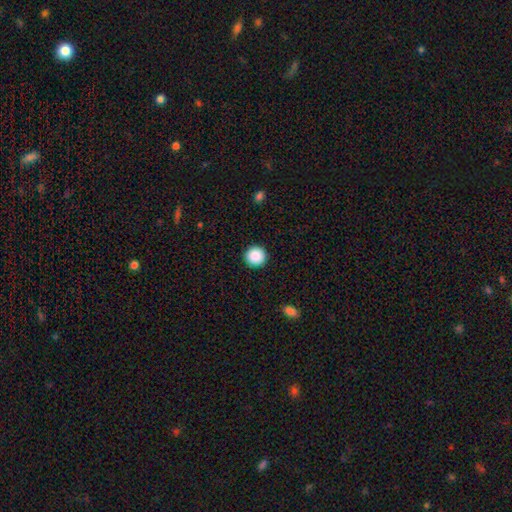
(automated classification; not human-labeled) The model was most divided on "smooth or featured": smooth: 88%, star or artifact: 8%, featured or disk: 3%. More confident: how rounded — round (95%); merging — none (93%).